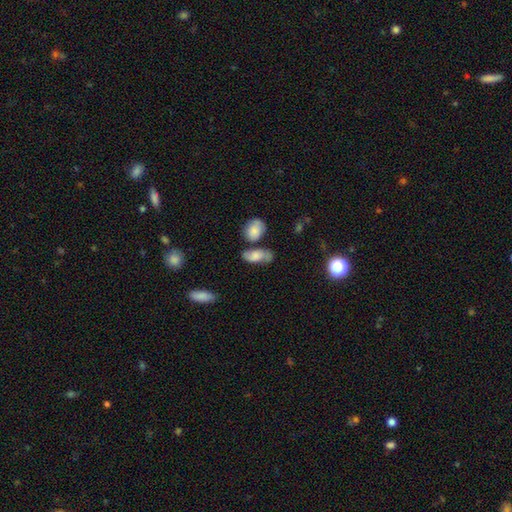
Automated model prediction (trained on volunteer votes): Smooth or featured? Predicted: smooth (p=0.58). How rounded? Predicted: in between (p=0.83). Merging? Predicted: none (p=0.52).